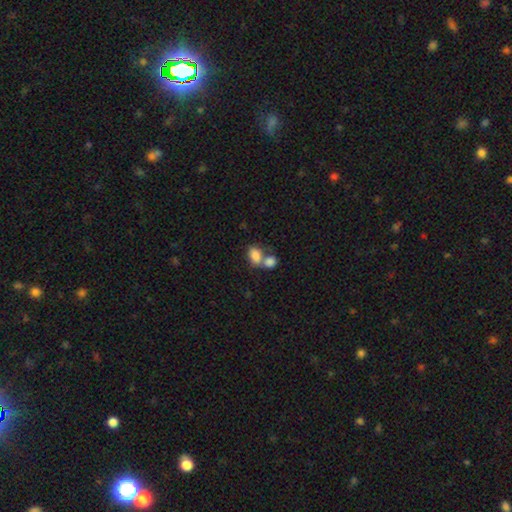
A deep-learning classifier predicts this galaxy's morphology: Smooth or featured? smooth (83%)
How rounded? in between (83%)
Merging? merger (58%)